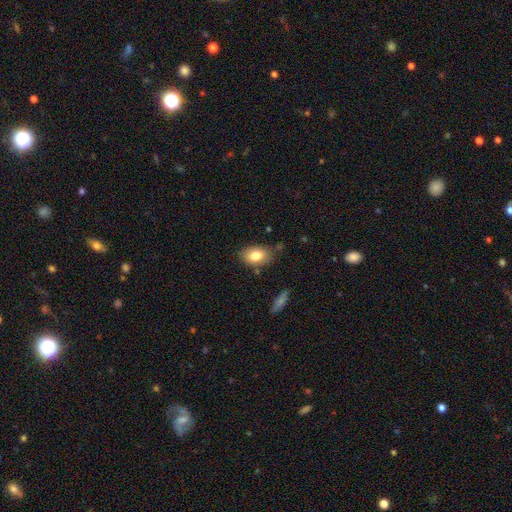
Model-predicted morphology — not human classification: This appears to be a smooth galaxy with no disk features (80%) that is in between round and cigar-shaped (86%). Merging: none (74%).